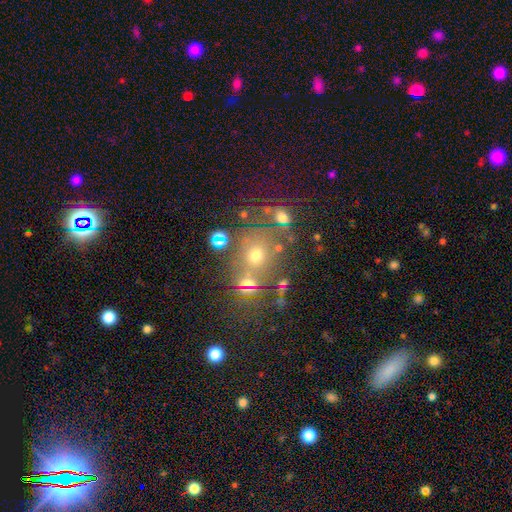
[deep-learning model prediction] A smooth galaxy with no disk features (53%) that is round (65%). Merging: none (57%).